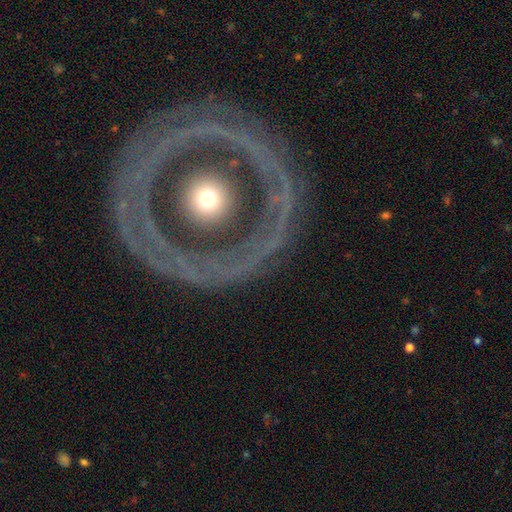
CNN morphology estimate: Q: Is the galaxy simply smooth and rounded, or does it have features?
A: featured or disk — 72%.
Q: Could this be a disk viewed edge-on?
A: no — 92%.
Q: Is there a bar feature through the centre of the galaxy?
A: no — 84%.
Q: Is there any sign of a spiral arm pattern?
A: no — 78%.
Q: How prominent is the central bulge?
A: moderate — 71%.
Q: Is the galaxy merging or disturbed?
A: none — 82%.